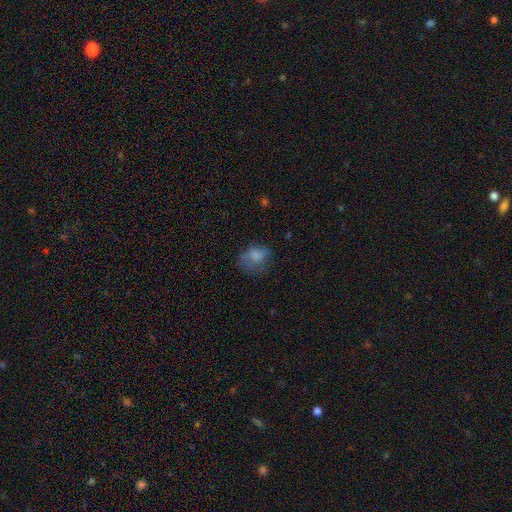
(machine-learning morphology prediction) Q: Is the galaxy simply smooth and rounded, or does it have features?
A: smooth — 73%.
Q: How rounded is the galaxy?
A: in between — 56%.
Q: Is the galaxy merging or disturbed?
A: none — 49%.